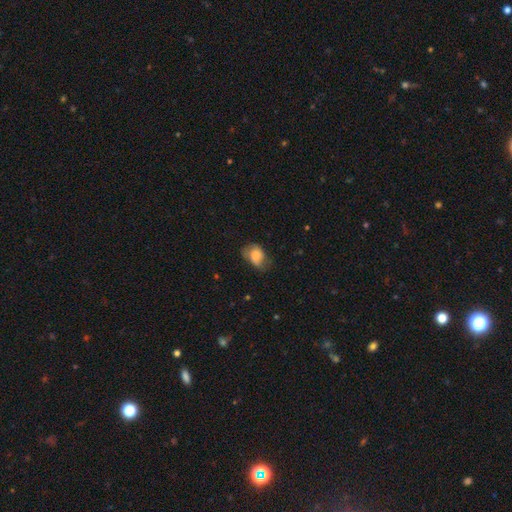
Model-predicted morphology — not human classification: smooth_or_featured: smooth (p=0.70) [alt: featured or disk p=0.22]
how_rounded: in between (p=0.76) [alt: round p=0.23]
merging: none (p=0.52) [alt: minor disturbance p=0.31]